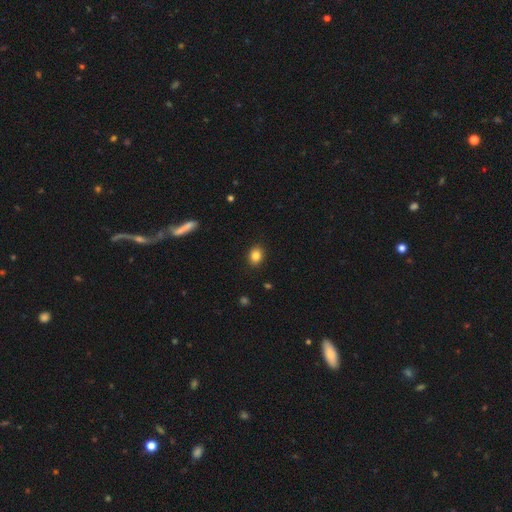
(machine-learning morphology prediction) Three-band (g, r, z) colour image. It shows a smooth galaxy with no disk features (84%) that is in between round and cigar-shaped (51%). Merging: none (90%).